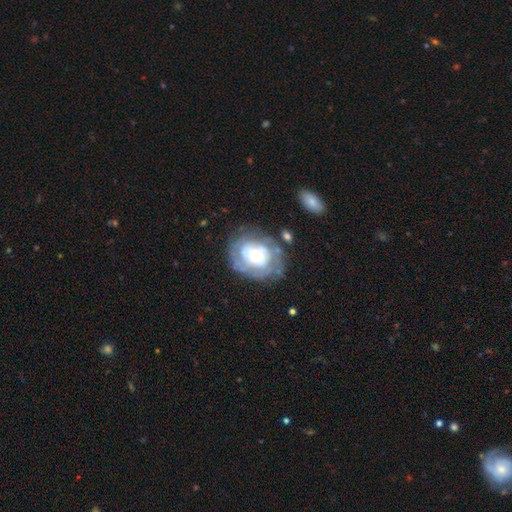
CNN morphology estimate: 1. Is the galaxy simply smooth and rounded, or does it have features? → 67% featured or disk, 27% smooth, 7% star or artifact.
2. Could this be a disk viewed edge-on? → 97% no, 3% yes.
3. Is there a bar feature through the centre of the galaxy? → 81% no, 15% weak, 4% strong.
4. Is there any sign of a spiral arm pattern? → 62% yes, 38% no.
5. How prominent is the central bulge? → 46% small, 36% moderate, 13% large, 3% dominant, 2% none.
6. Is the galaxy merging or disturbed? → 61% none, 21% minor disturbance, 14% major disturbance, 4% merger.